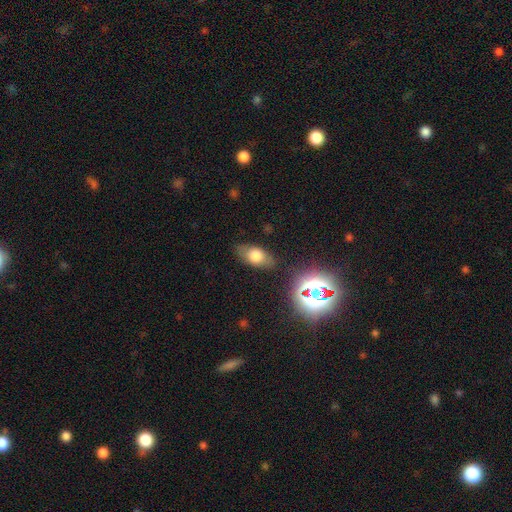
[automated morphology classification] smooth-or-featured: smooth: 67% | featured or disk: 20% | star or artifact: 13%
  how-rounded: in between: 85% | round: 10% | cigar-shaped: 5%
  merging: none: 79% | minor disturbance: 15% | major disturbance: 4% | merger: 2%